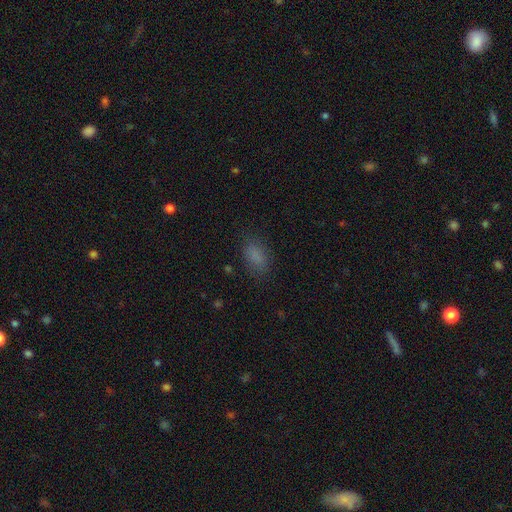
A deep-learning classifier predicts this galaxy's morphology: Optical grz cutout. It shows a smooth galaxy with no disk features (82%) that is in between round and cigar-shaped (89%). Merging: none (78%).